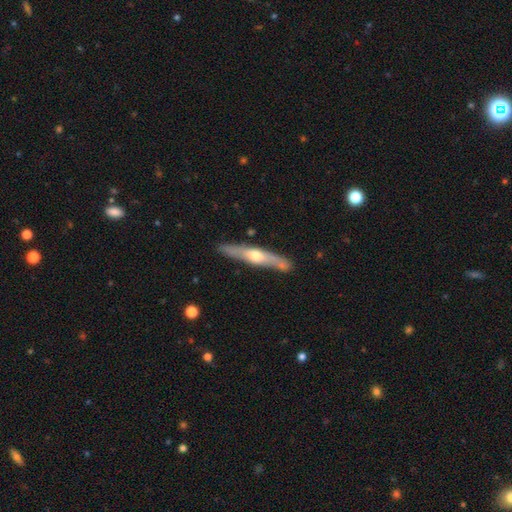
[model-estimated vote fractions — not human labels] Smooth or featured? featured or disk (62%)
Edge-on disk? yes (89%)
Edge-on bulge? rounded (89%)
Merging? none (83%)